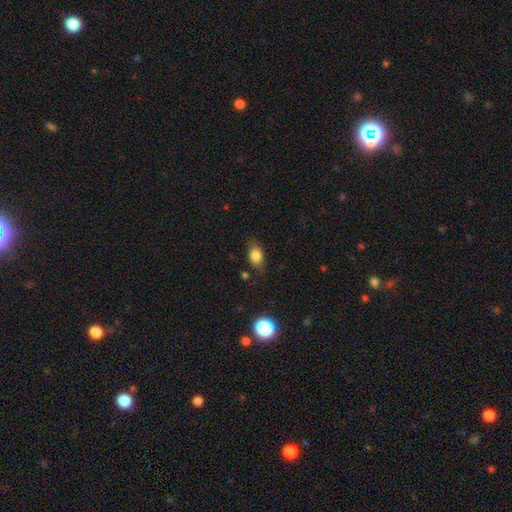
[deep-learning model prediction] smooth-or-featured: smooth: 81% | star or artifact: 10% | featured or disk: 9%
  how-rounded: in between: 78% | round: 19% | cigar-shaped: 3%
  merging: none: 72% | minor disturbance: 20% | major disturbance: 5% | merger: 2%